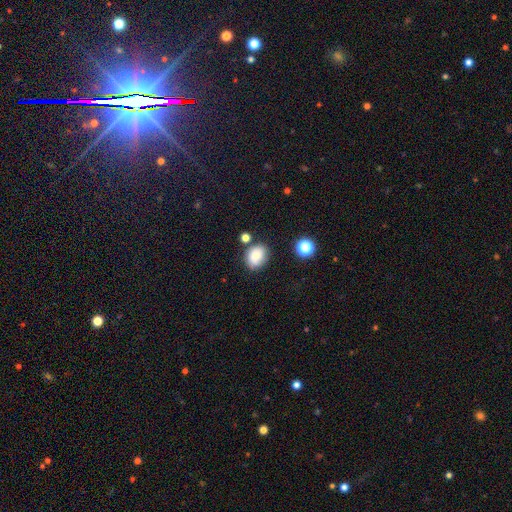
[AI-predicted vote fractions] smooth-or-featured: smooth: 79% | star or artifact: 11% | featured or disk: 11%
  how-rounded: in between: 53% | round: 46% | cigar-shaped: 1%
  merging: none: 70% | minor disturbance: 18% | merger: 7% | major disturbance: 4%